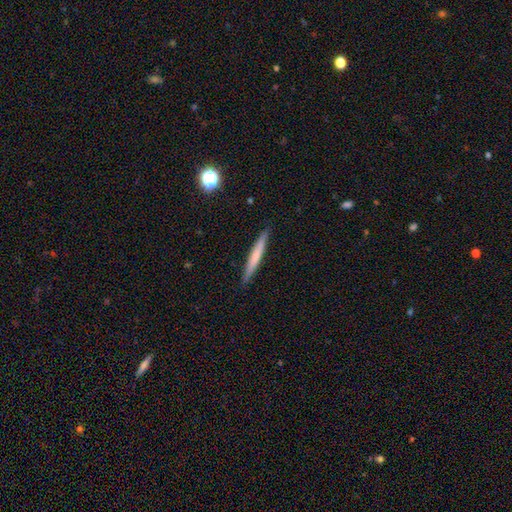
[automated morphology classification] A smooth galaxy with no disk features (56%) that is cigar-shaped (96%).

Vote fractions:
- Smooth or featured? smooth: 56% / featured or disk: 38% / star or artifact: 6%
- How rounded? cigar-shaped: 96% / in between: 3% / round: 1%
- Merging? none: 91% / minor disturbance: 7% / major disturbance: 1% / merger: 1%